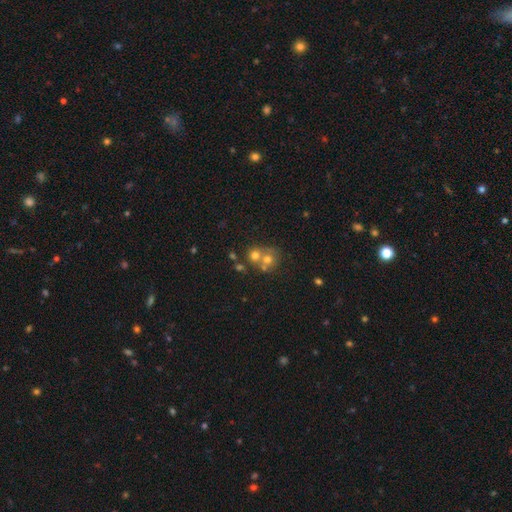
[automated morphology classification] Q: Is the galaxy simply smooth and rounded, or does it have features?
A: smooth — 59%.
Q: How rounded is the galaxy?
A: round — 81%.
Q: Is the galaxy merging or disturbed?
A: merger — 49%.